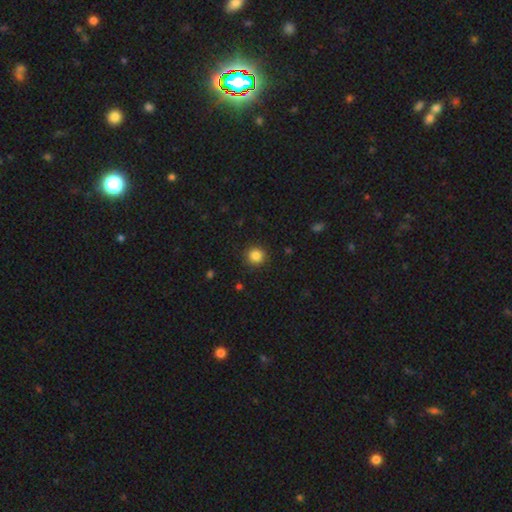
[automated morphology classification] This is clearly a smooth galaxy (85%). How rounded: clearly round (94%). Merging: clearly none (91%).